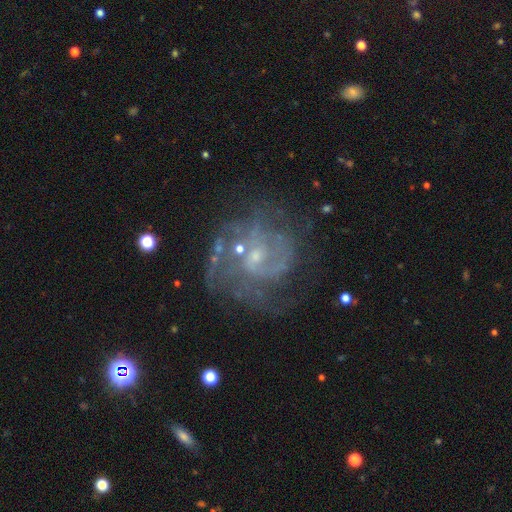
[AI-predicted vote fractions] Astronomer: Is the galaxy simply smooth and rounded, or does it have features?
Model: featured or disk — 78%.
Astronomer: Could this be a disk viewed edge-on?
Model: no — 98%.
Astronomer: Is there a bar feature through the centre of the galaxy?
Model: no — 59% (runner-up: weak, 35%).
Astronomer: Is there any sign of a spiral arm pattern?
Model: yes — 81%.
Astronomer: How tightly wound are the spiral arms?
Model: tight — 40%, tied with medium at 40%.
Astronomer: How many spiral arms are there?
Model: can't tell — 40% (runner-up: 2, 27%).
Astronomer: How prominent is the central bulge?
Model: small — 66%.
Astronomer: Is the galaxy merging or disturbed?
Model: none — 56%.